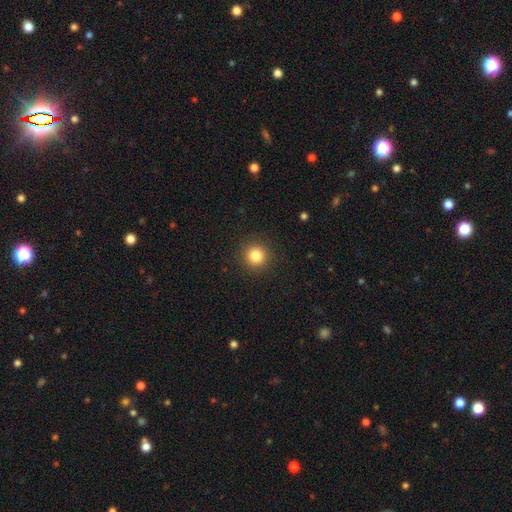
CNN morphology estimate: Overall: smooth (83%). How rounded: round (95%). Merging: none (92%).